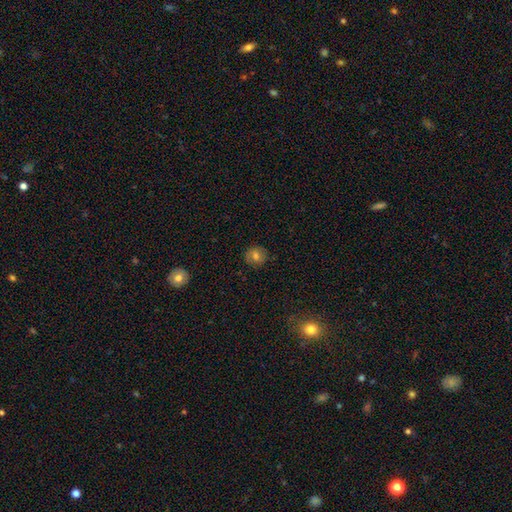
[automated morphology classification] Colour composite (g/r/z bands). It shows a smooth galaxy with no disk features (71%) that is round (87%). Merging: none (87%).